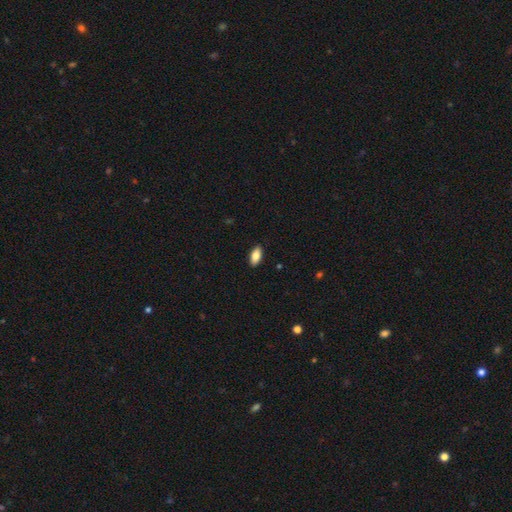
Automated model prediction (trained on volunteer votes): Smooth or featured? smooth (83%)
How rounded? in between (89%)
Merging? none (90%)